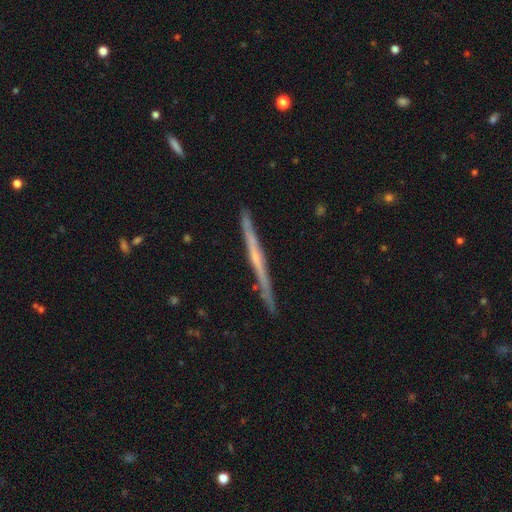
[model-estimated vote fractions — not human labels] featured or disk 71%, smooth 24%, star or artifact 6%. Down the decision tree: edge-on disk — yes (98%); edge-on bulge — none (63%); merging — none (89%).